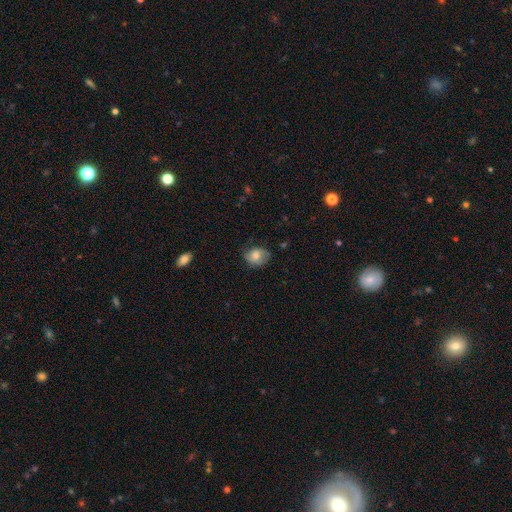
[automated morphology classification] This is likely a smooth galaxy (71%). How rounded: possibly round (51%). Merging: likely none (61%).